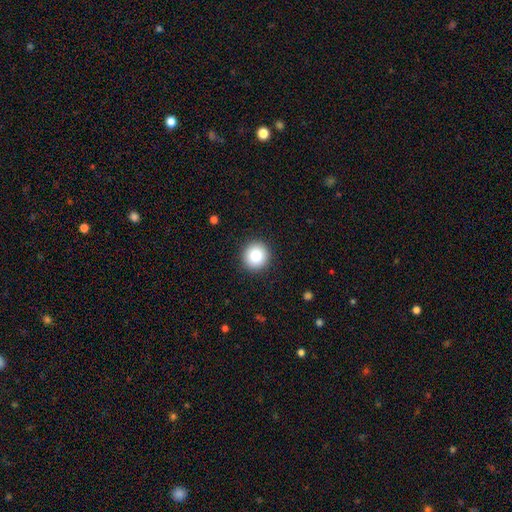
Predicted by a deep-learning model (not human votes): A smooth galaxy with no disk features (82%) that is round (94%).

Vote fractions:
- Smooth or featured? smooth: 82% / star or artifact: 10% / featured or disk: 8%
- How rounded? round: 94% / in between: 5% / cigar-shaped: 1%
- Merging? none: 92% / minor disturbance: 5% / major disturbance: 2% / merger: 1%